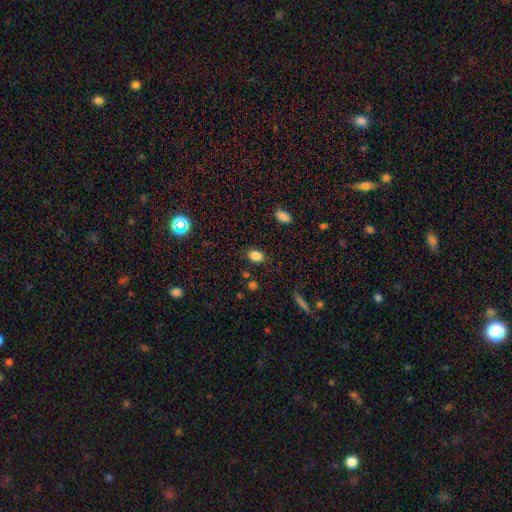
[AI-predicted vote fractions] A smooth galaxy with no disk features (84%) that is in between round and cigar-shaped (65%).

Vote fractions:
- Smooth or featured? smooth: 84% / star or artifact: 11% / featured or disk: 5%
- How rounded? in between: 65% / round: 34% / cigar-shaped: 1%
- Merging? none: 84% / minor disturbance: 11% / major disturbance: 3% / merger: 2%